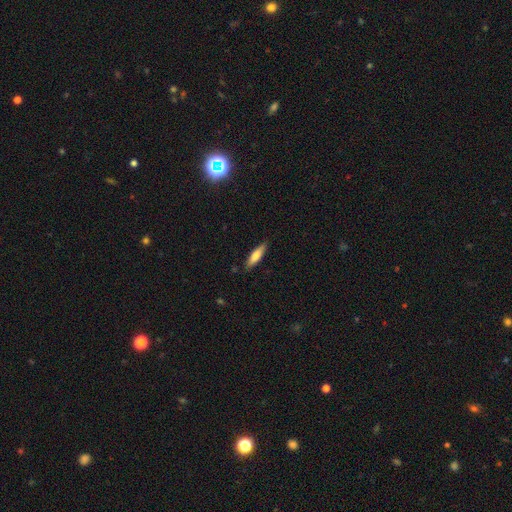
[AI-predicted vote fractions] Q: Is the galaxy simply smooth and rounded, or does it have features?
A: smooth — 74%.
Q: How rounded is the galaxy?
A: cigar-shaped — 71%.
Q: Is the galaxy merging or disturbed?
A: none — 85%.